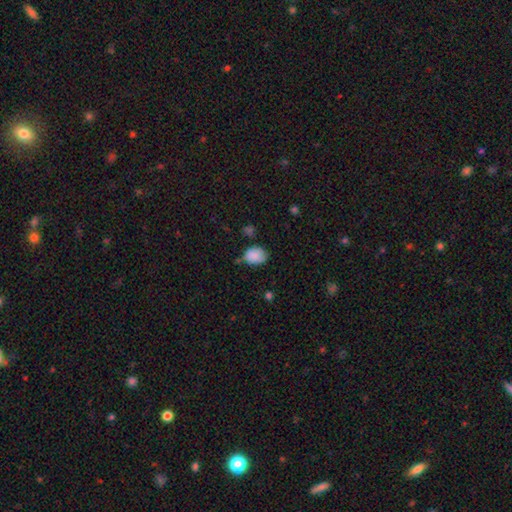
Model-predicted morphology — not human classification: Q: Smooth or featured?
A: smooth (86%); runner-up: star or artifact (8%)
Q: How rounded?
A: in between (66%); runner-up: round (33%)
Q: Merging?
A: none (60%); runner-up: minor disturbance (29%)